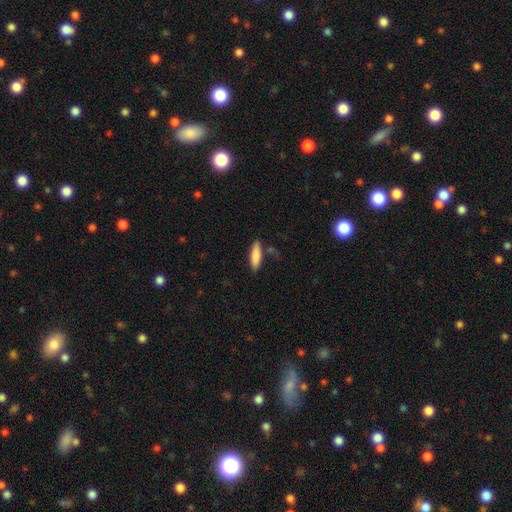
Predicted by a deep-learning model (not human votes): smooth-or-featured: smooth: 83% | featured or disk: 11% | star or artifact: 6%
  how-rounded: cigar-shaped: 55% | in between: 43% | round: 2%
  merging: none: 72% | minor disturbance: 18% | merger: 6% | major disturbance: 4%